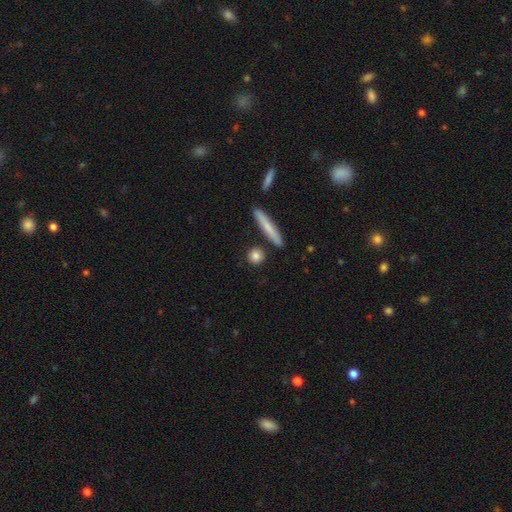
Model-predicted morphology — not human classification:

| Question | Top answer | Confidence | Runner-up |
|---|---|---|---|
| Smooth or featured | smooth | 81% | featured or disk (11%) |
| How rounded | round | 73% | cigar-shaped (14%) |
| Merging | none | 82% | minor disturbance (9%) |